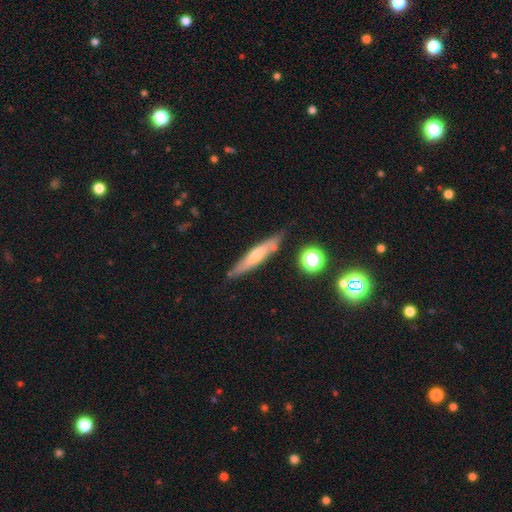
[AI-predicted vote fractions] Smooth or featured?
  - featured or disk: 52% *
  - smooth: 38%
  - star or artifact: 10%
Edge-on disk?
  - yes: 85% *
  - no: 15%
Merging?
  - none: 80% *
  - minor disturbance: 14%
  - merger: 3%
  - major disturbance: 3%